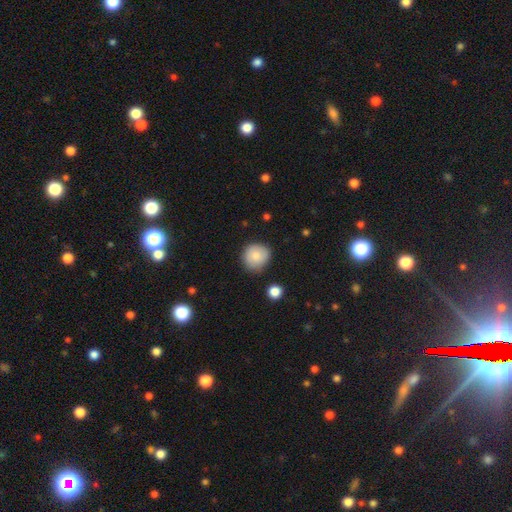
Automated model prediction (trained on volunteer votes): smooth_or_featured: smooth (p=0.83) [alt: featured or disk p=0.09]
how_rounded: round (p=0.90) [alt: in between p=0.09]
merging: none (p=0.81) [alt: minor disturbance p=0.14]